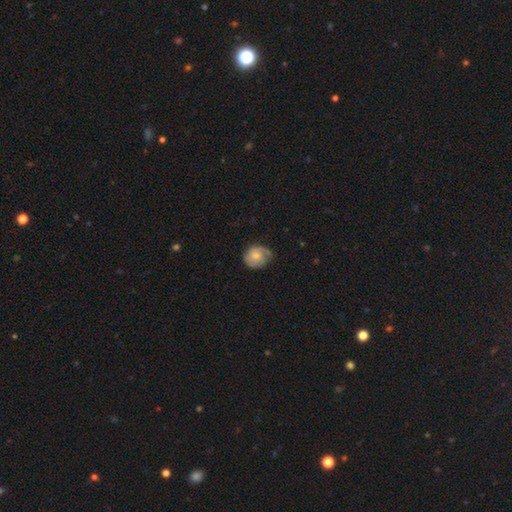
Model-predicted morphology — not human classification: Overall: smooth (64%; featured or disk 28%). How rounded: round (67%; in between 32%). Merging: none (54%; minor disturbance 34%).